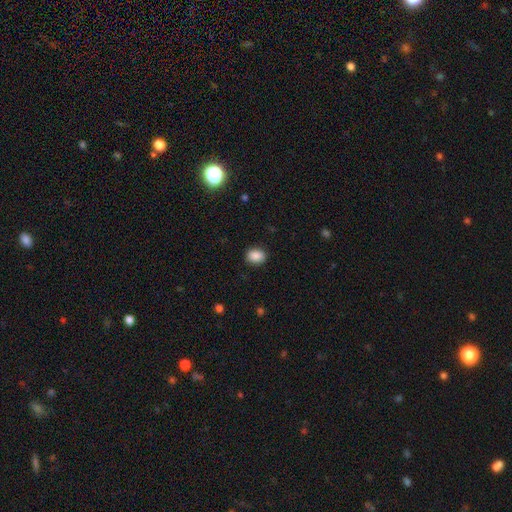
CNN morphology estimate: This appears to be a smooth galaxy with no disk features (88%) that is in between round and cigar-shaped (57%). Merging: none (89%).